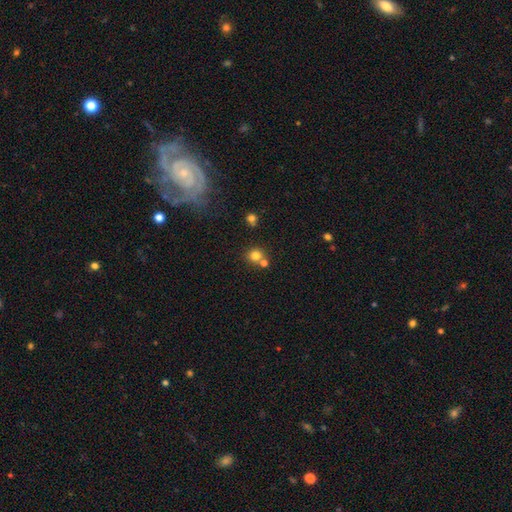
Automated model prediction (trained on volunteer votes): smooth 77%, star or artifact 15%, featured or disk 8%. Down the decision tree: how rounded — round (86%); merging — none (63%).